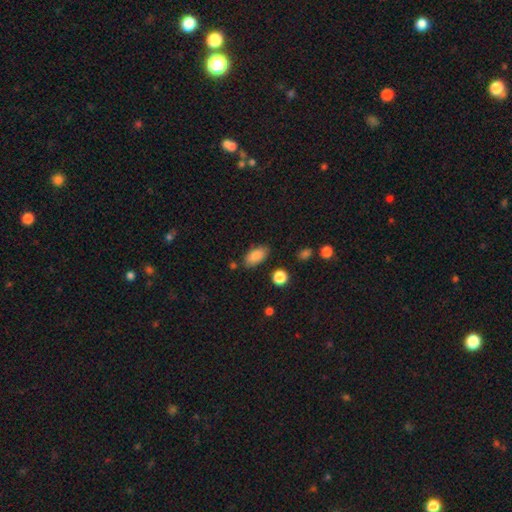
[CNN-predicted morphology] Overall: smooth (87%). How rounded: in between (91%). Merging: none (80%).